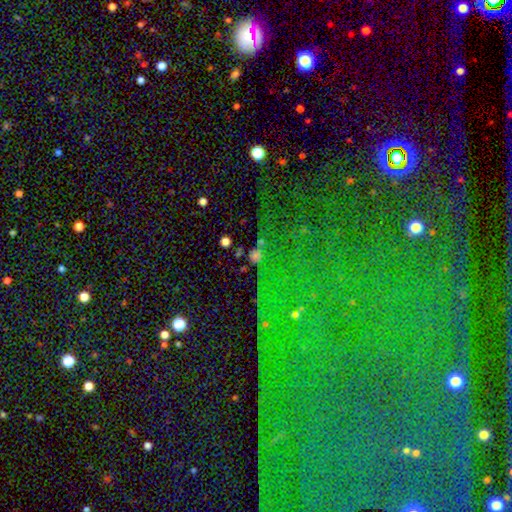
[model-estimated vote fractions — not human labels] This is possibly a smooth galaxy (51%). How rounded: clearly round (82%). Merging: likely none (69%).